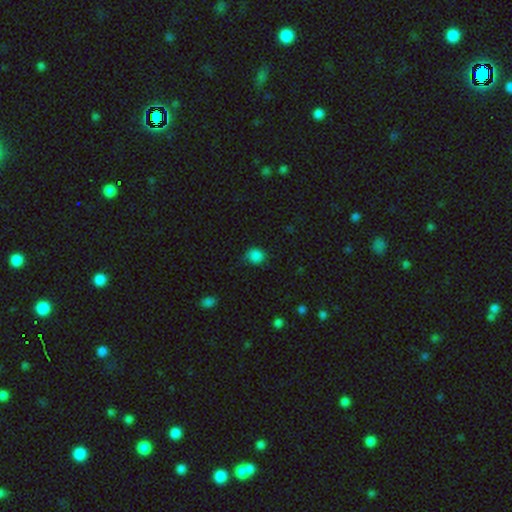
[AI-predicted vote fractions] Smooth or featured: smooth — 84% (star or artifact — 11%)
How rounded: round — 71% (in between — 28%)
Merging: none — 63% (minor disturbance — 29%)